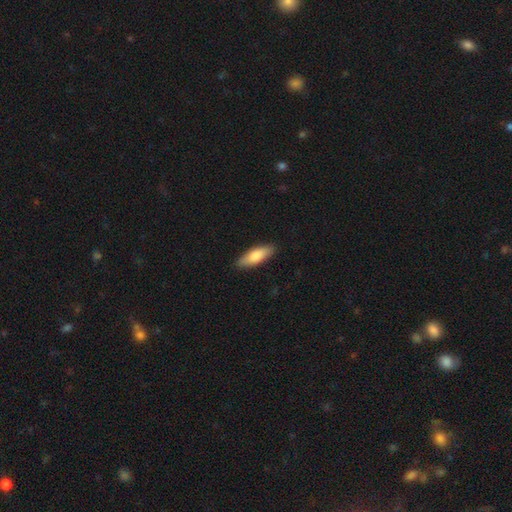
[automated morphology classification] Smooth or featured? smooth (80%)
How rounded? in between (58%)
Merging? none (89%)